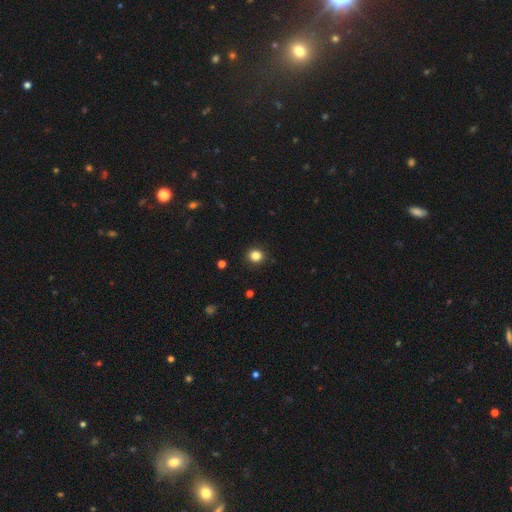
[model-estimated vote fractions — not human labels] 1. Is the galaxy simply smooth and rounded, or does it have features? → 84% smooth, 12% star or artifact, 4% featured or disk.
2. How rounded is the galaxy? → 89% round, 10% in between, 1% cigar-shaped.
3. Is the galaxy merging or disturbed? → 92% none, 6% minor disturbance, 2% major disturbance, 1% merger.